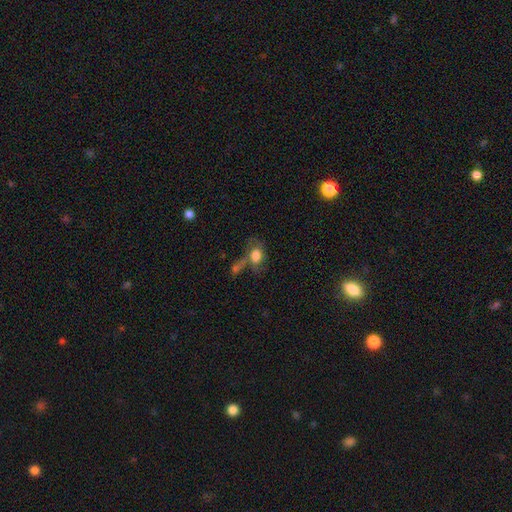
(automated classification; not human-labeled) A smooth galaxy with no disk features (71%) that is in between round and cigar-shaped (68%).

Vote fractions:
- Smooth or featured? smooth: 71% / featured or disk: 19% / star or artifact: 11%
- How rounded? in between: 68% / round: 29% / cigar-shaped: 3%
- Merging? merger: 30% (tied) / none: 30% (tied) / major disturbance: 23% / minor disturbance: 17%